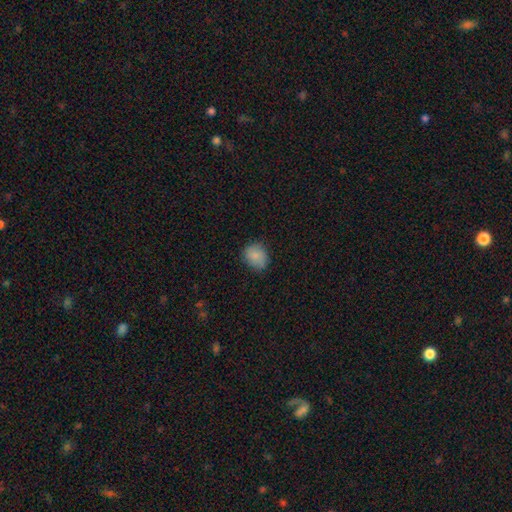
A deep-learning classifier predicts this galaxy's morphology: Smooth or featured?
  - smooth: 85% *
  - star or artifact: 8%
  - featured or disk: 6%
How rounded?
  - round: 64% *
  - in between: 35%
  - cigar-shaped: 1%
Merging?
  - none: 79% *
  - minor disturbance: 17%
  - major disturbance: 3%
  - merger: 1%